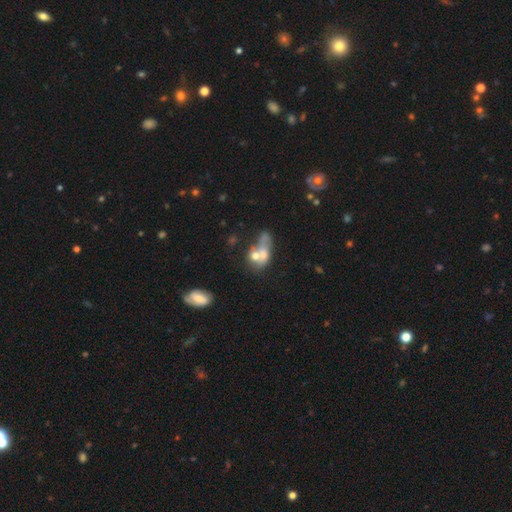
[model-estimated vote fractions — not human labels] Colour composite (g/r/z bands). It shows a smooth galaxy with no disk features (54%) that is in between round and cigar-shaped (59%). Merging: merger (59%).